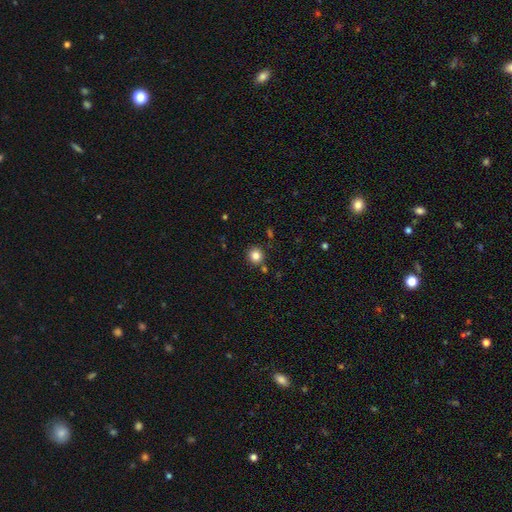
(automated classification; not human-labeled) Smooth or featured? Predicted: smooth (p=0.84). How rounded? Predicted: round (p=0.90). Merging? Predicted: none (p=0.85).